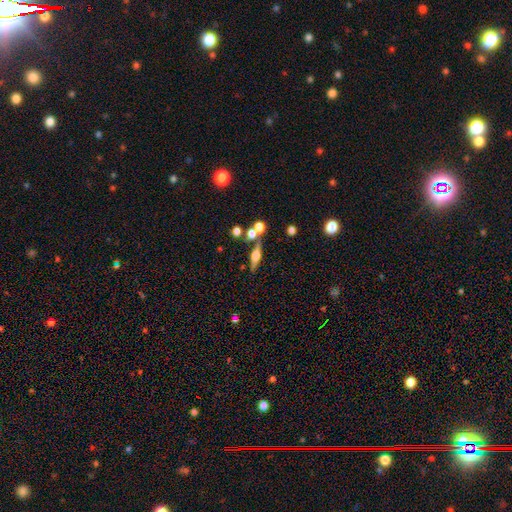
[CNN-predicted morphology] This appears to be a featured or disk galaxy (61%) viewed edge-on (91%) with a rounded central bulge (93%). Merging: none (69%).